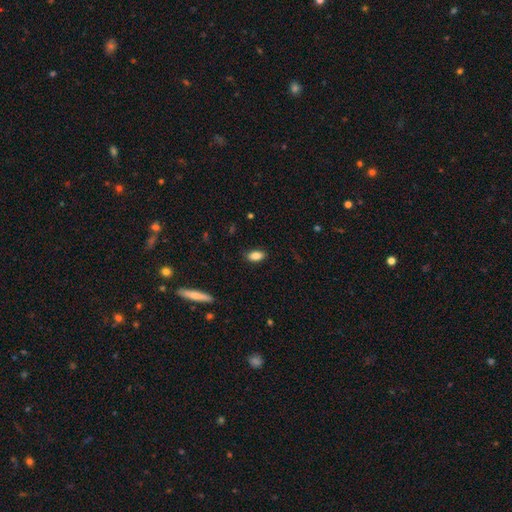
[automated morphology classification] Smooth or featured: smooth — 85% (star or artifact — 8%)
How rounded: in between — 88% (cigar-shaped — 6%)
Merging: none — 86% (minor disturbance — 10%)